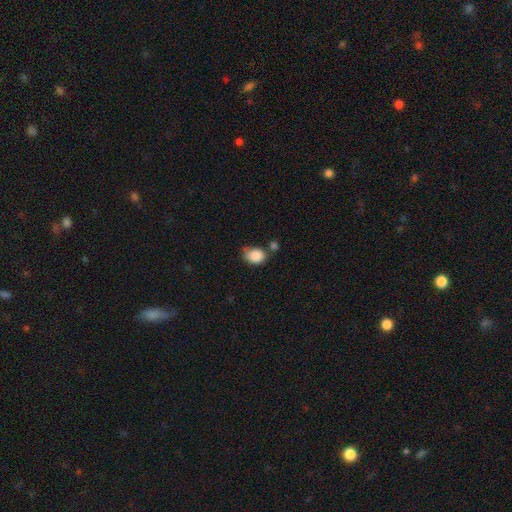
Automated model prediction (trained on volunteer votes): A smooth galaxy with no disk features (87%) that is in between round and cigar-shaped (53%).

Vote fractions:
- Smooth or featured? smooth: 87% / star or artifact: 8% / featured or disk: 5%
- How rounded? in between: 53% / round: 46% / cigar-shaped: 1%
- Merging? none: 54% / minor disturbance: 24% / merger: 15% / major disturbance: 6%